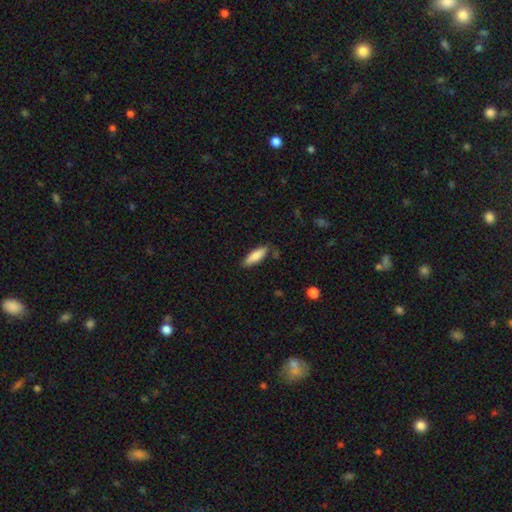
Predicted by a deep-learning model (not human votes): smooth 83%, featured or disk 11%, star or artifact 6%. Down the decision tree: how rounded — cigar-shaped (51%); merging — none (80%).